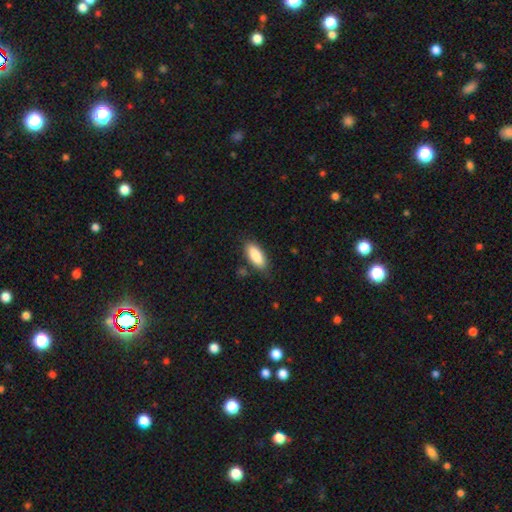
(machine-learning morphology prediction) smooth 86%, featured or disk 8%, star or artifact 6%. Down the decision tree: how rounded — in between (79%); merging — none (82%).